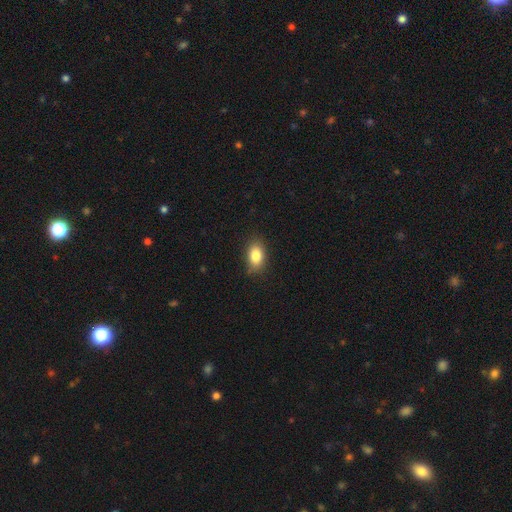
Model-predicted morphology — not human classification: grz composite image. It shows a smooth galaxy with no disk features (84%) that is in between round and cigar-shaped (86%). Merging: none (84%).